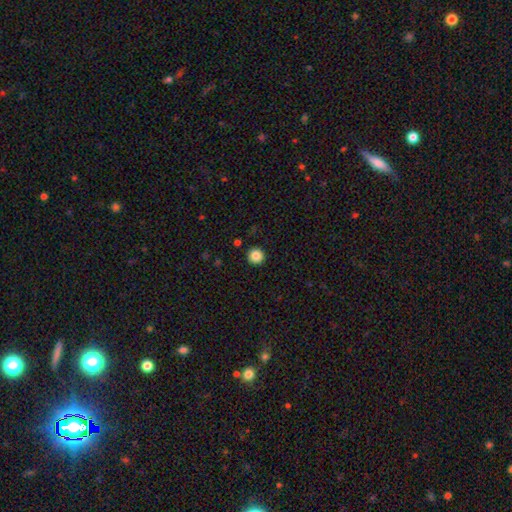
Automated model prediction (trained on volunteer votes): smooth-or-featured: smooth: 86% | star or artifact: 10% | featured or disk: 4%
  how-rounded: round: 96% | in between: 3% | cigar-shaped: 1%
  merging: none: 93% | minor disturbance: 4% | major disturbance: 1% | merger: 1%